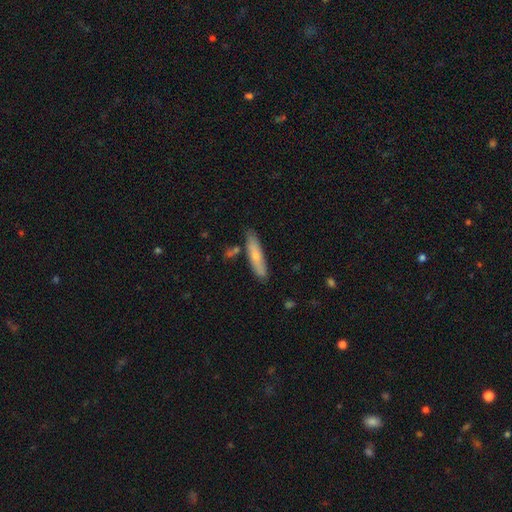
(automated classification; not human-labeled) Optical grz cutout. It shows a smooth galaxy with no disk features (64%) that is cigar-shaped (80%). Merging: none (79%).